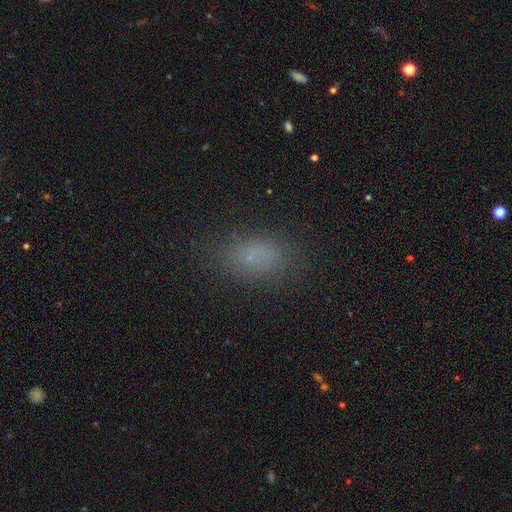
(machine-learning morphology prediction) smooth 75%, star or artifact 16%, featured or disk 8%. Down the decision tree: how rounded — in between (86%); merging — none (79%).